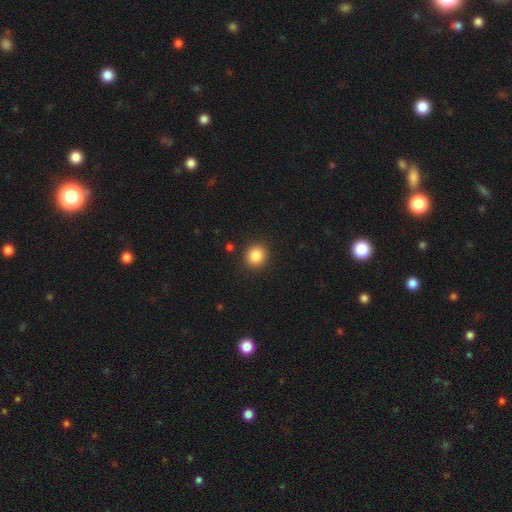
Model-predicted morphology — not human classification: The model was most divided on "how rounded": round: 84%, in between: 15%, cigar-shaped: 1%. More confident: merging — none (90%); smooth or featured — smooth (86%).